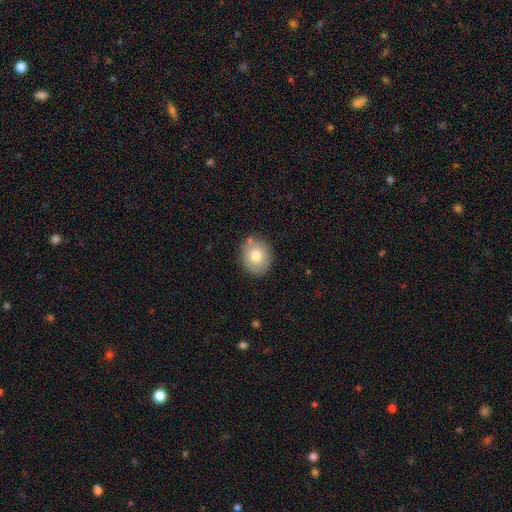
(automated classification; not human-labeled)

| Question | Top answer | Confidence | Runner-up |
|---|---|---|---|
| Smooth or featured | smooth | 77% | featured or disk (15%) |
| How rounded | round | 76% | in between (23%) |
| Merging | none | 81% | minor disturbance (12%) |